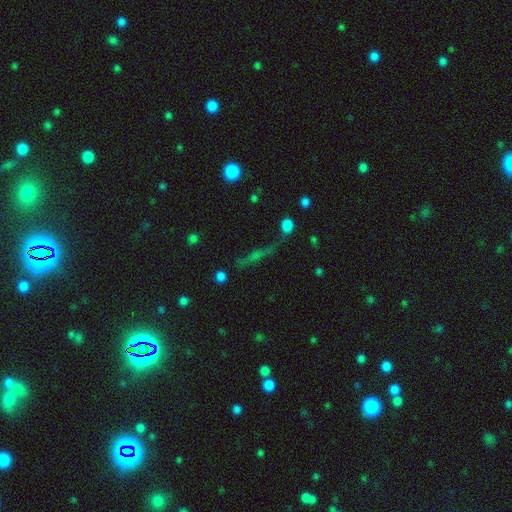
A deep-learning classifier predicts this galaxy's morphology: A featured or disk galaxy (44%).

Vote fractions:
- Smooth or featured? featured or disk: 44% / smooth: 28% / star or artifact: 28%
- Merging? none: 69% / minor disturbance: 15% / major disturbance: 9% / merger: 7%